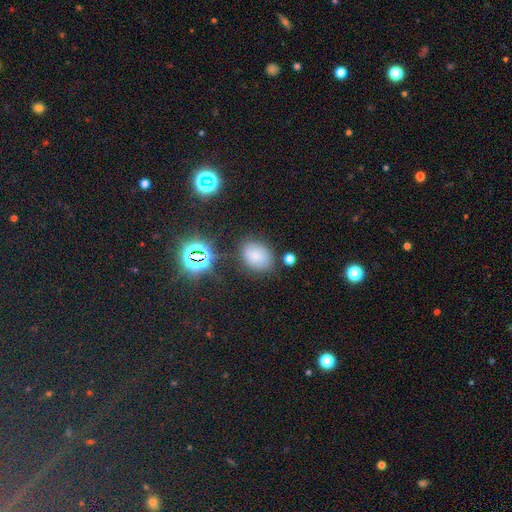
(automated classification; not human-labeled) Smooth or featured? Predicted: smooth (p=0.70). How rounded? Predicted: in between (p=0.72). Merging? Predicted: none (p=0.76).